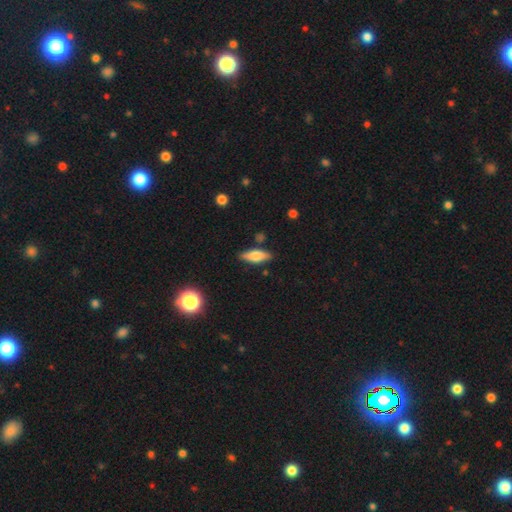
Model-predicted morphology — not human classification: A smooth galaxy with no disk features (65%) that is in between round and cigar-shaped (60%).

Vote fractions:
- Smooth or featured? smooth: 65% / featured or disk: 27% / star or artifact: 7%
- How rounded? in between: 60% / cigar-shaped: 38% / round: 3%
- Merging? none: 83% / minor disturbance: 12% / merger: 2% / major disturbance: 2%